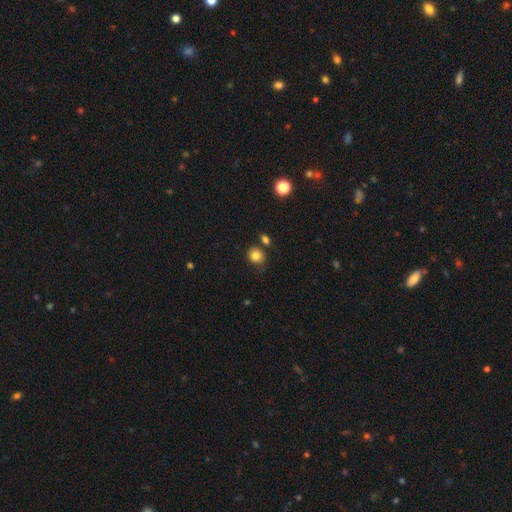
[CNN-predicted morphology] This is clearly a smooth galaxy (83%). How rounded: likely round (77%). Merging: likely none (72%).